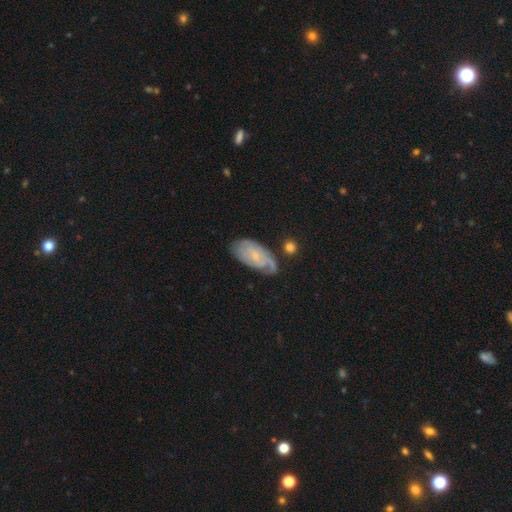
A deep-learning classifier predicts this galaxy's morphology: Q: Smooth or featured?
A: featured or disk (68%); runner-up: smooth (26%)
Q: Edge-on disk?
A: no (94%); runner-up: yes (6%)
Q: Bar?
A: no (60%); runner-up: weak (34%)
Q: Spiral arms?
A: yes (88%); runner-up: no (12%)
Q: Spiral winding?
A: tight (56%); runner-up: medium (32%)
Q: Spiral arm count?
A: can't tell (36%); runner-up: 2 (35%)
Q: Bulge size?
A: small (70%); runner-up: moderate (20%)
Q: Merging?
A: none (58%); runner-up: minor disturbance (26%)